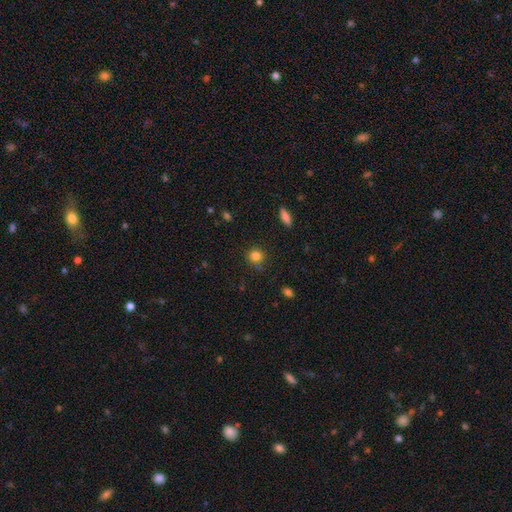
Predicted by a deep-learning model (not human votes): A smooth galaxy with no disk features (83%) that is round (89%). Merging: none (83%).